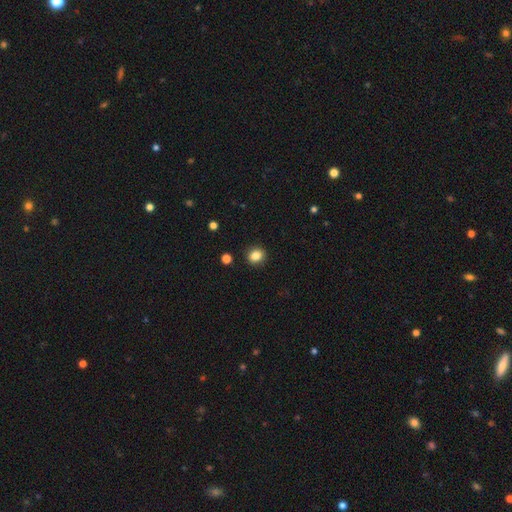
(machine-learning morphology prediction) Smooth or featured?
  - smooth: 84% *
  - star or artifact: 11%
  - featured or disk: 5%
How rounded?
  - round: 75% *
  - in between: 24%
  - cigar-shaped: 1%
Merging?
  - none: 91% *
  - minor disturbance: 6%
  - major disturbance: 2%
  - merger: 1%